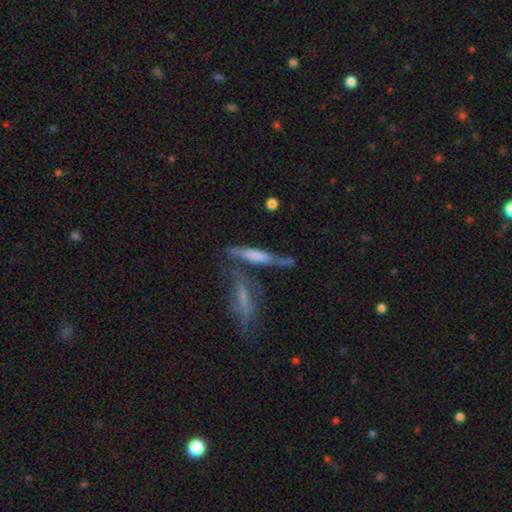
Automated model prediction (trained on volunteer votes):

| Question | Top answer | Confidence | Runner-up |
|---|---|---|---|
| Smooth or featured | smooth | 50% | featured or disk (41%) |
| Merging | none | 46% | merger (26%) |